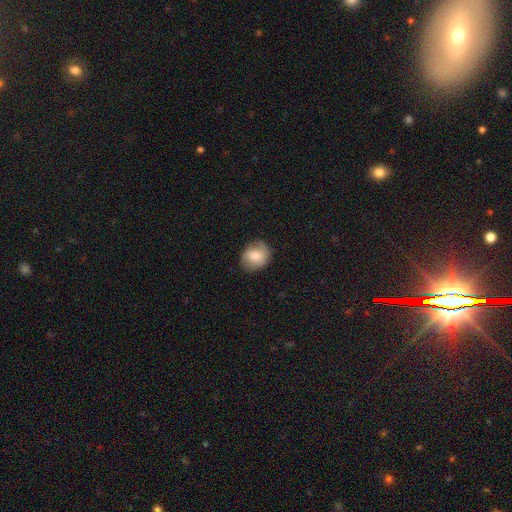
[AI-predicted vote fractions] This is likely a smooth galaxy (67%). How rounded: likely round (67%). Merging: likely none (79%).